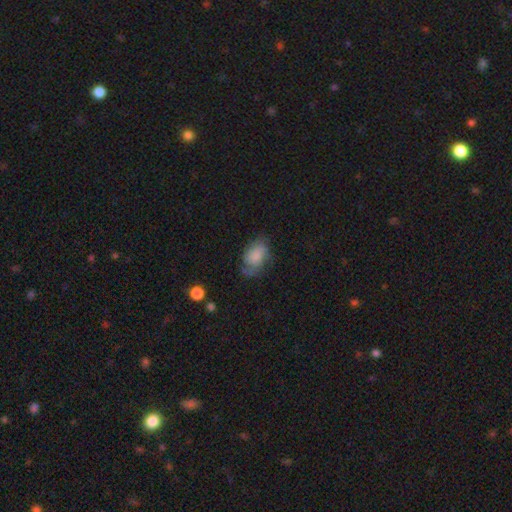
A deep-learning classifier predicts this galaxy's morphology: A smooth galaxy with no disk features (60%) that is in between round and cigar-shaped (87%).

Vote fractions:
- Smooth or featured? smooth: 60% / featured or disk: 31% / star or artifact: 9%
- How rounded? in between: 87% / round: 11% / cigar-shaped: 2%
- Merging? none: 50% / minor disturbance: 31% / major disturbance: 17% / merger: 2%